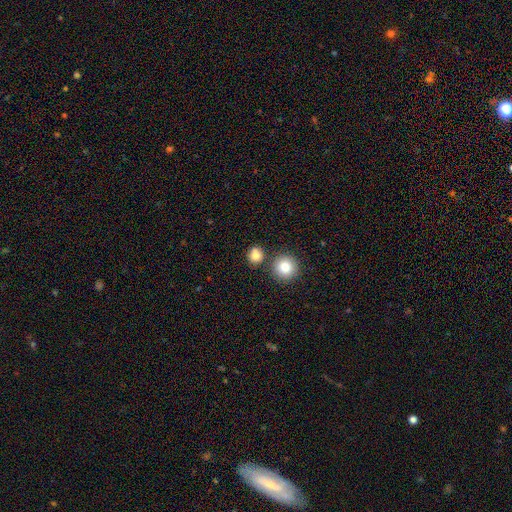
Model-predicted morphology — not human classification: A smooth galaxy with no disk features (81%) that is round (83%). Merging: none (73%).